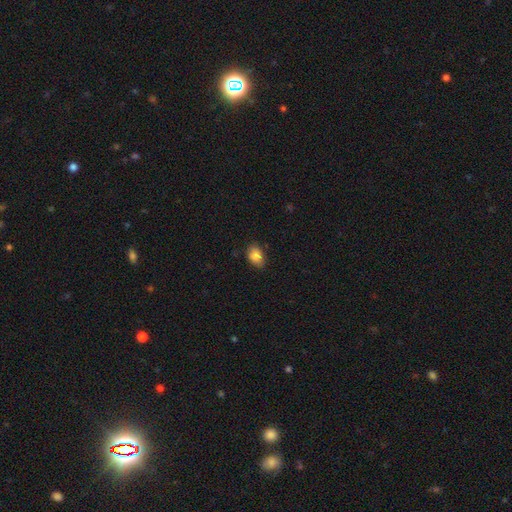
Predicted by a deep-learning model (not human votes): smooth-or-featured: smooth: 85% | star or artifact: 9% | featured or disk: 6%
  how-rounded: in between: 80% | round: 18% | cigar-shaped: 1%
  merging: none: 78% | minor disturbance: 17% | major disturbance: 3% | merger: 1%